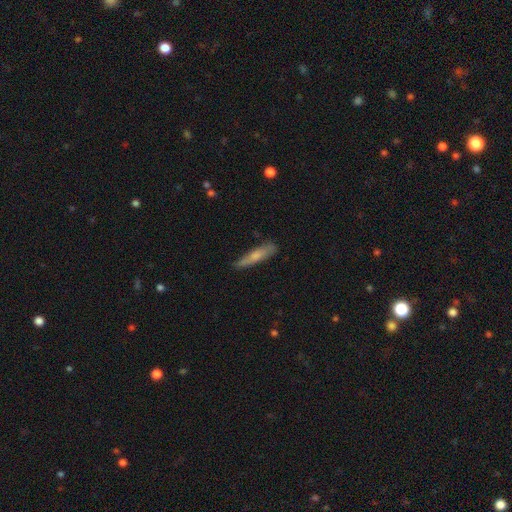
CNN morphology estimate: This is likely a smooth galaxy (62%). How rounded: clearly cigar-shaped (86%). Merging: likely none (75%).